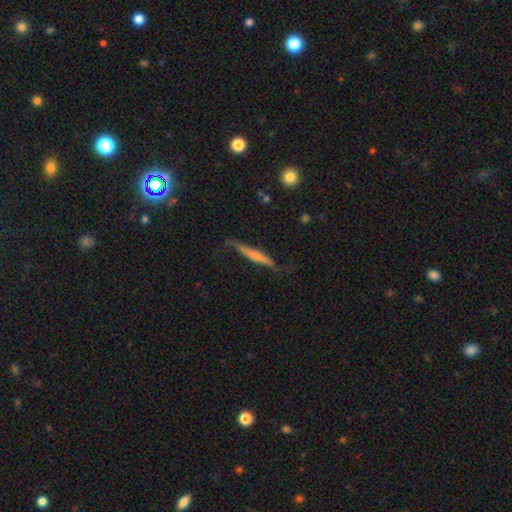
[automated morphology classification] smooth 49%, featured or disk 45%, star or artifact 6%. Down the decision tree: merging — none (67%).